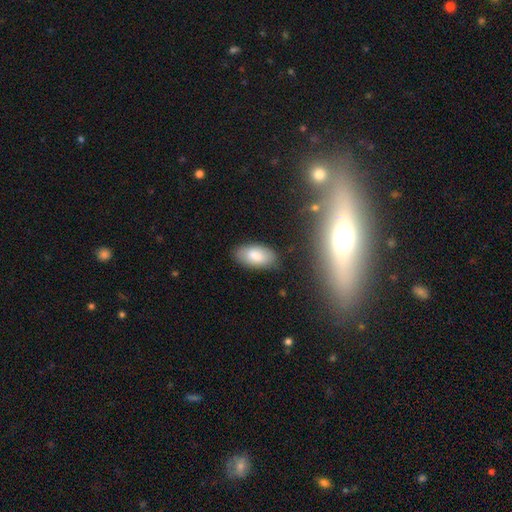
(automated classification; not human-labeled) This appears to be a smooth galaxy with no disk features (81%) that is in between round and cigar-shaped (95%). Merging: none (82%).